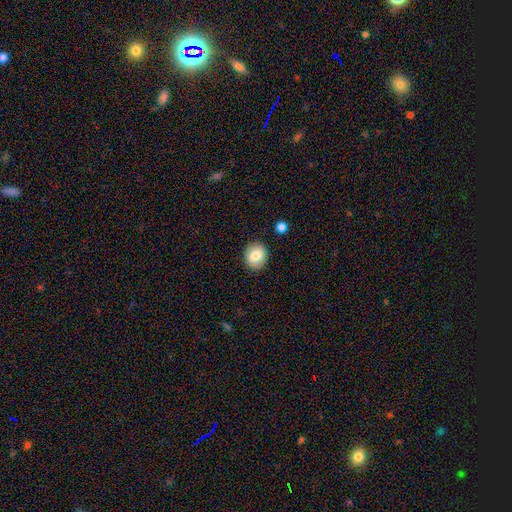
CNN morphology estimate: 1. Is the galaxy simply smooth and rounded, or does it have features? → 83% smooth, 9% featured or disk, 8% star or artifact.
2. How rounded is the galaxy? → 65% round, 34% in between, 1% cigar-shaped.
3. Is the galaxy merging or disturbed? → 88% none, 8% minor disturbance, 2% major disturbance, 2% merger.